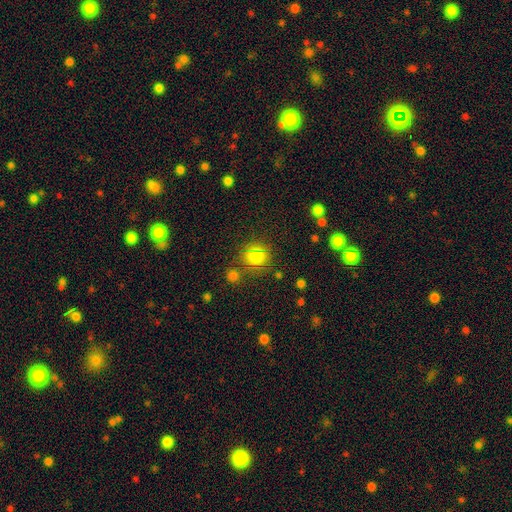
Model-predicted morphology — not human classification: type=smooth (76%); roundness=round (85%); merging=none (72%).